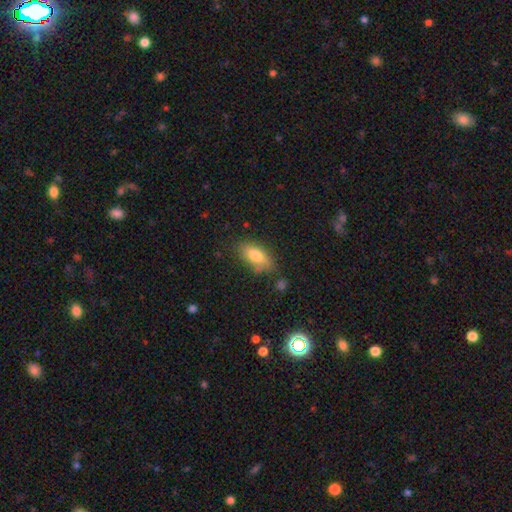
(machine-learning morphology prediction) Smooth or featured?
  - smooth: 74% *
  - featured or disk: 18%
  - star or artifact: 8%
How rounded?
  - in between: 85% *
  - cigar-shaped: 11%
  - round: 4%
Merging?
  - none: 69% *
  - minor disturbance: 21%
  - major disturbance: 5%
  - merger: 4%